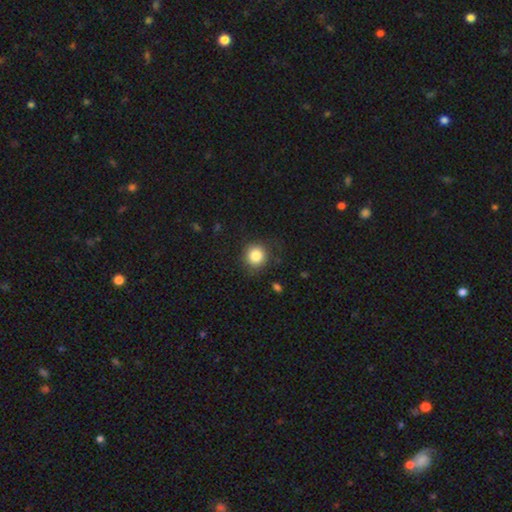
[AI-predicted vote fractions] Overall: smooth (84%). How rounded: round (91%). Merging: none (84%).